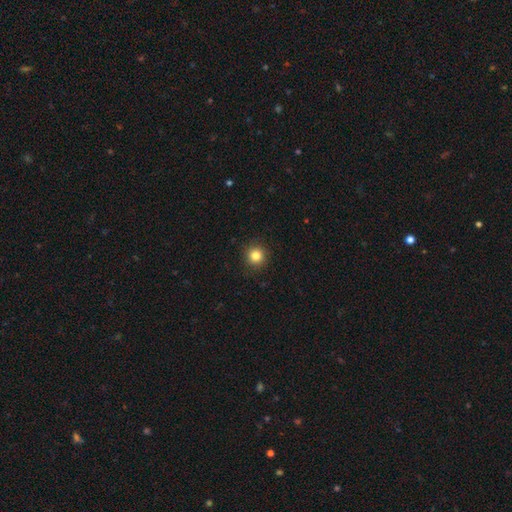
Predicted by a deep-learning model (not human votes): Morphology: type=smooth (84%); roundness=round (94%); merging=none (91%).